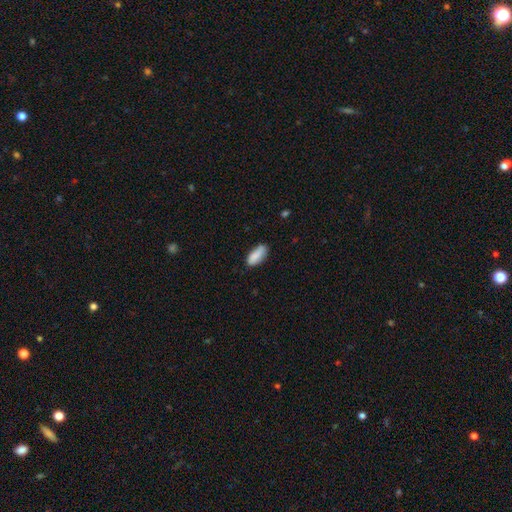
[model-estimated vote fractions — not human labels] Smooth or featured? Predicted: smooth (p=0.86). How rounded? Predicted: in between (p=0.79). Merging? Predicted: none (p=0.76).